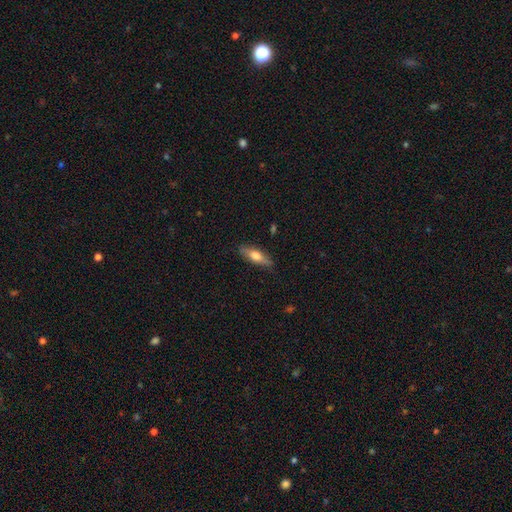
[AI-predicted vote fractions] This is likely a smooth galaxy (60%). How rounded: possibly cigar-shaped (49%, tied with in between). Merging: clearly none (83%).